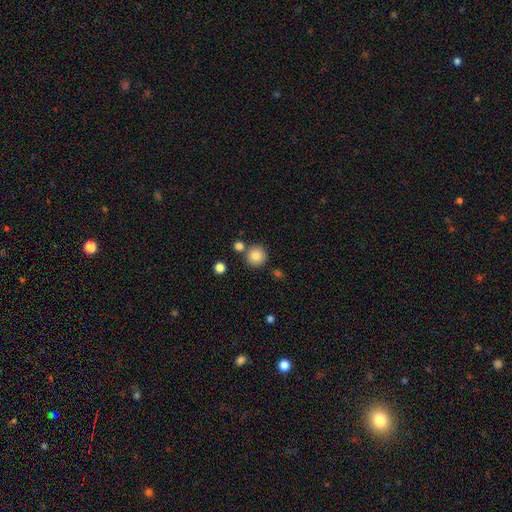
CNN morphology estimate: smooth_or_featured: smooth (p=0.83) [alt: star or artifact p=0.10]
how_rounded: round (p=0.93) [alt: in between p=0.06]
merging: none (p=0.79) [alt: merger p=0.12]